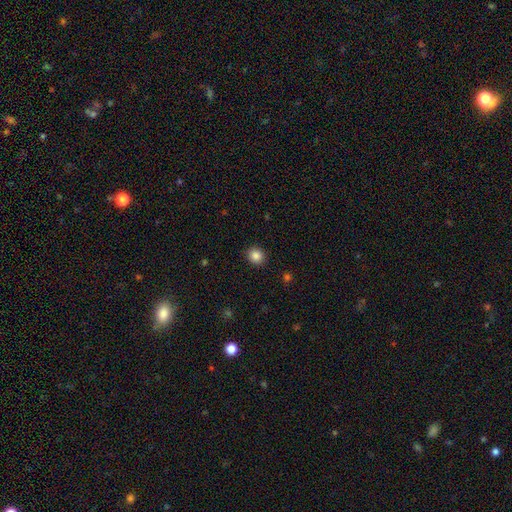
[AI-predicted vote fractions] Smooth or featured? Predicted: smooth (p=0.86). How rounded? Predicted: round (p=0.82). Merging? Predicted: none (p=0.91).